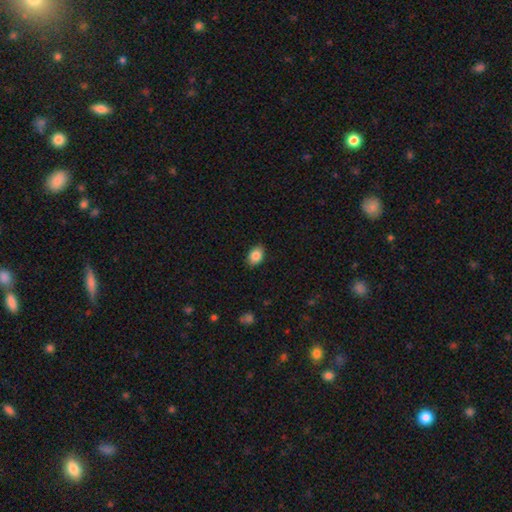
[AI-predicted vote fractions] Overall: smooth (86%). How rounded: in between (83%). Merging: none (87%).